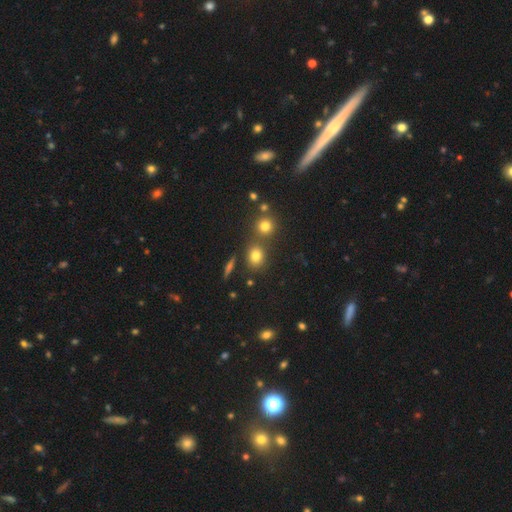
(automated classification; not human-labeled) Morphology: type=smooth (75%); roundness=round (66%); merging=none (71%).